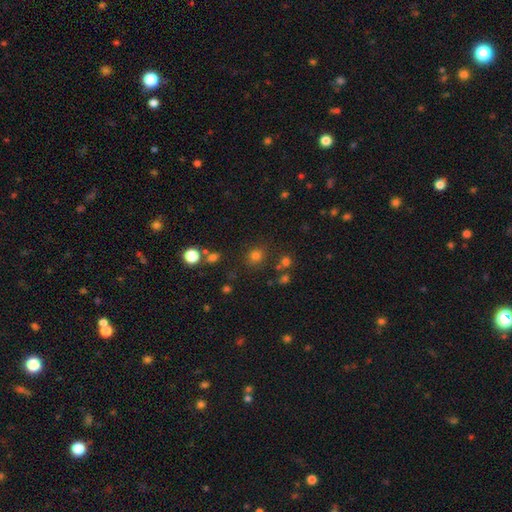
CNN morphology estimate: Smooth or featured? smooth (75%)
How rounded? round (84%)
Merging? none (81%)